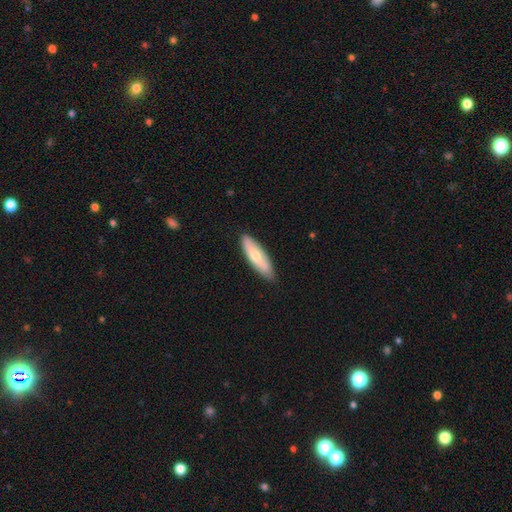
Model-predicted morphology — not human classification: smooth 65%, featured or disk 30%, star or artifact 5%. Down the decision tree: how rounded — cigar-shaped (50%); merging — none (82%).